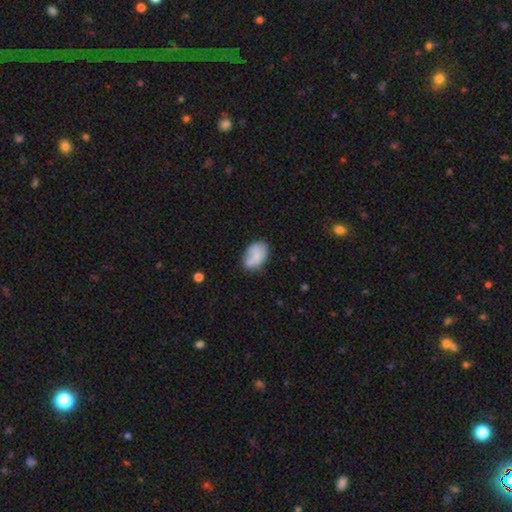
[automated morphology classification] smooth-or-featured: smooth: 71% | featured or disk: 22% | star or artifact: 8%
  how-rounded: in between: 84% | round: 14% | cigar-shaped: 1%
  merging: none: 50% | minor disturbance: 28% | merger: 12% | major disturbance: 10%